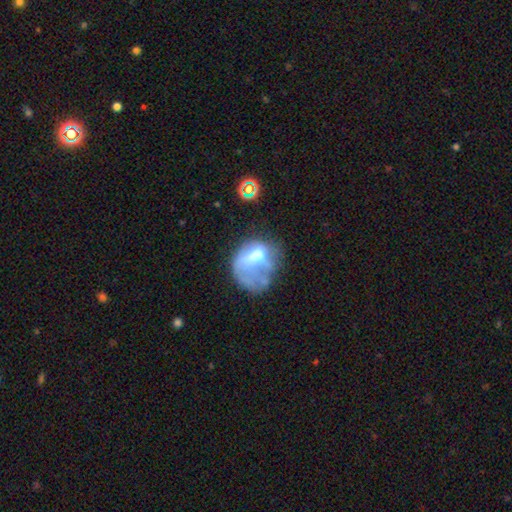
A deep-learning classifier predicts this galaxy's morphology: Q: Smooth or featured?
A: featured or disk (44%); tied with: smooth (44%)
Q: Merging?
A: major disturbance (41%); runner-up: none (28%)